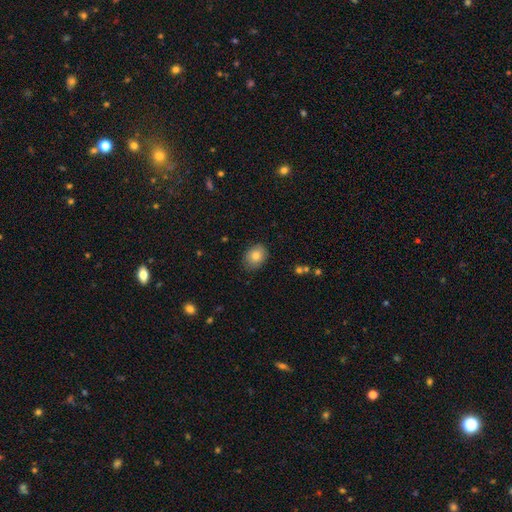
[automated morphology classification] Smooth or featured: smooth — 81% (featured or disk — 11%)
How rounded: in between — 57% (round — 42%)
Merging: none — 83% (minor disturbance — 14%)